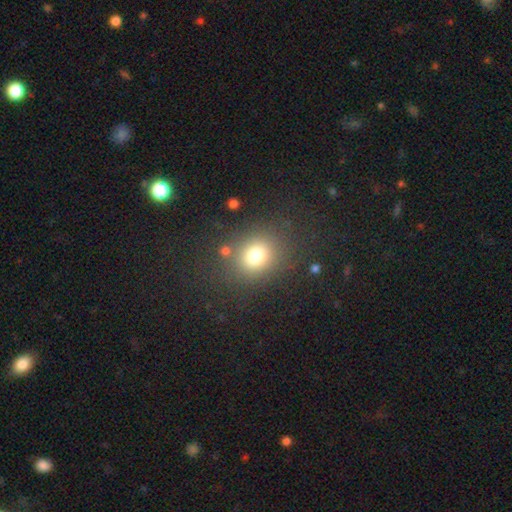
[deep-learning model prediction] Smooth or featured: smooth — 77% (star or artifact — 15%)
How rounded: round — 66% (in between — 33%)
Merging: none — 81% (minor disturbance — 10%)